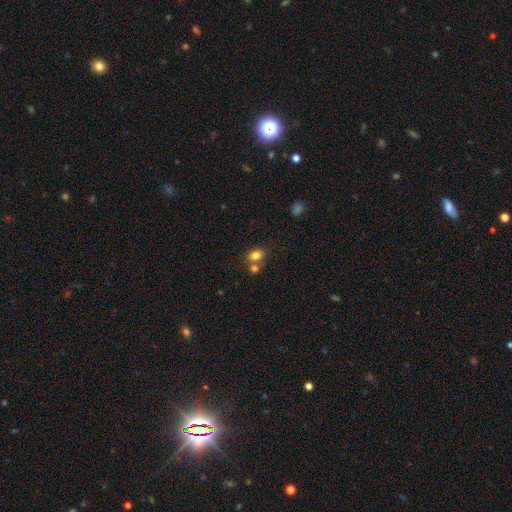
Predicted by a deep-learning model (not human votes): smooth_or_featured: smooth (p=0.80) [alt: star or artifact p=0.11]
how_rounded: in between (p=0.60) [alt: round p=0.38]
merging: none (p=0.55) [alt: merger p=0.30]